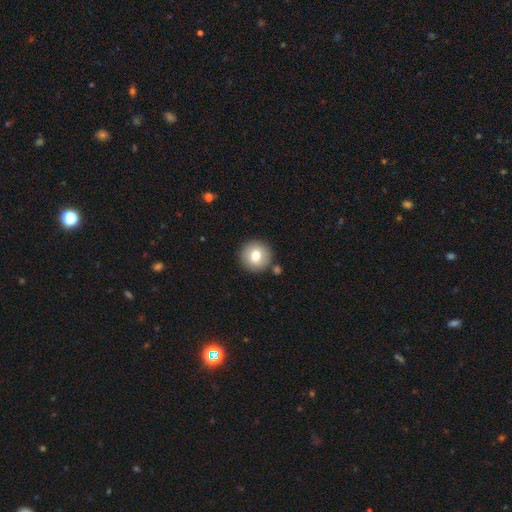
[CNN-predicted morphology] Smooth or featured: smooth — 76% (featured or disk — 14%)
How rounded: round — 96% (in between — 3%)
Merging: none — 86% (minor disturbance — 7%)